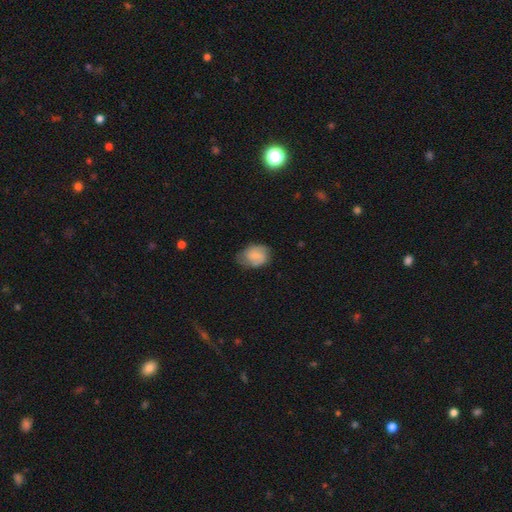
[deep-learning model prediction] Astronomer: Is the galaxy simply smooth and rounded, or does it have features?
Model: smooth — 57% (runner-up: featured or disk, 35%).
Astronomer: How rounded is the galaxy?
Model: in between — 64%.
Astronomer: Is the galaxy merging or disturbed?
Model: none — 62%.